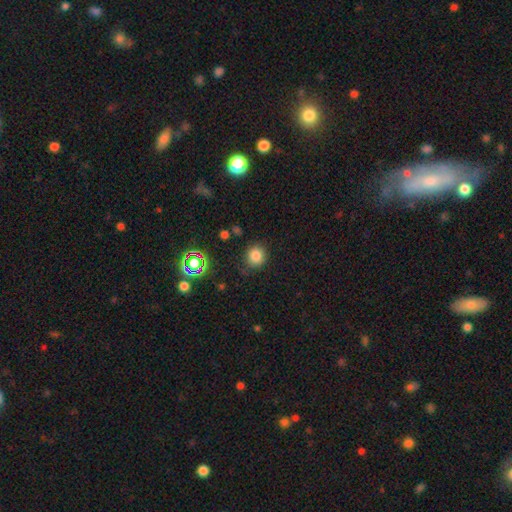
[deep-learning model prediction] Morphology: type=smooth (80%); roundness=round (85%); merging=none (80%).